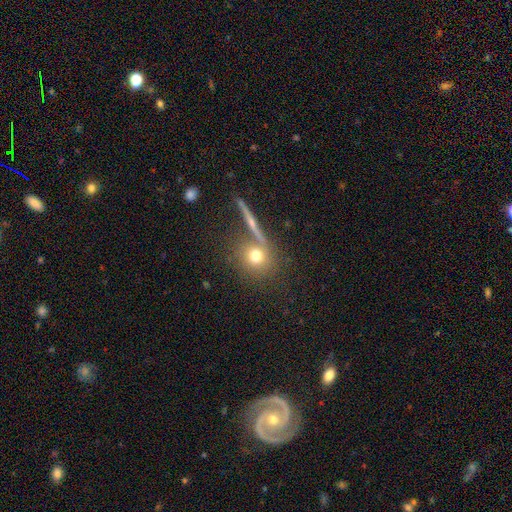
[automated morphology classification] Smooth or featured? smooth (67%)
How rounded? round (88%)
Merging? none (70%)